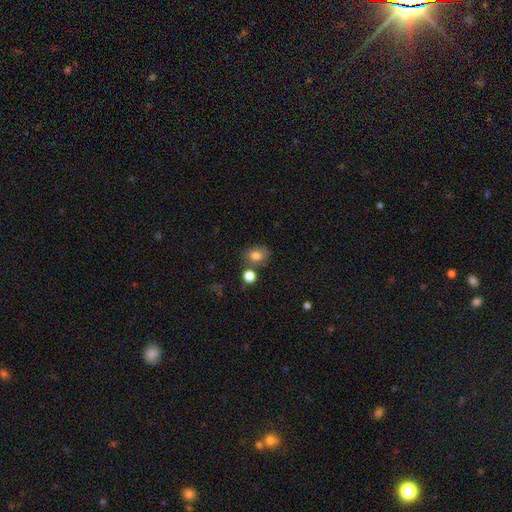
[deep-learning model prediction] Smooth or featured?
  - smooth: 77% *
  - star or artifact: 12%
  - featured or disk: 11%
How rounded?
  - round: 53% *
  - in between: 46%
  - cigar-shaped: 1%
Merging?
  - none: 61% *
  - minor disturbance: 17%
  - merger: 16%
  - major disturbance: 6%